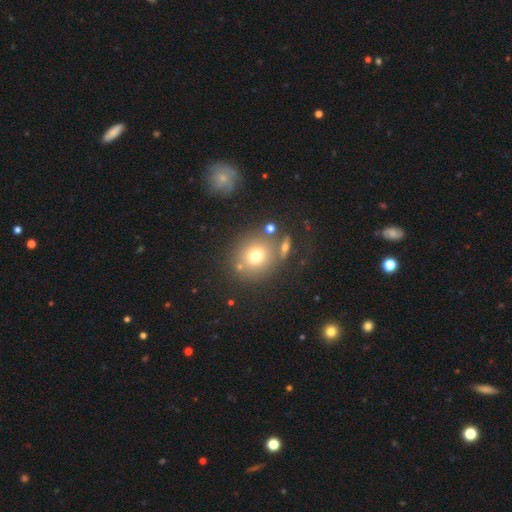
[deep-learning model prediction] This is likely a smooth galaxy (71%). How rounded: clearly round (85%). Merging: likely none (75%).